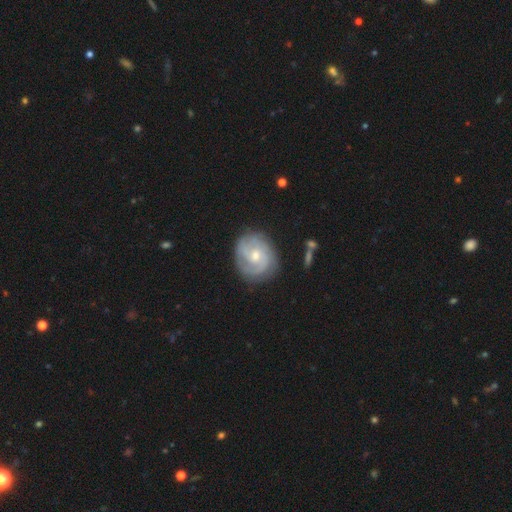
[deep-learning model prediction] Smooth or featured? featured or disk (82%)
Edge-on disk? no (98%)
Bar? no (58%)
Spiral arms? yes (95%)
Spiral winding? tight (60%)
Spiral arm count? 2 (35%)
Bulge size? moderate (52%)
Merging? none (78%)